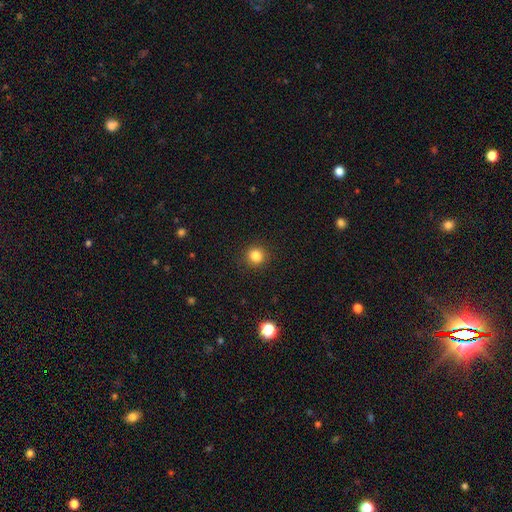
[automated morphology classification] Smooth or featured? smooth (83%)
How rounded? round (92%)
Merging? none (92%)